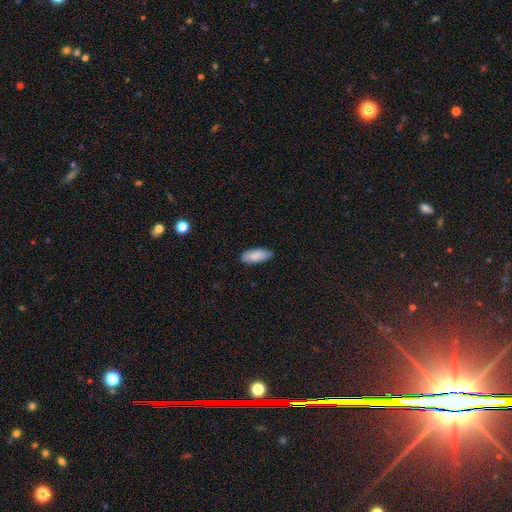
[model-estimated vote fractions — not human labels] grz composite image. It shows a smooth galaxy with no disk features (87%) that is in between round and cigar-shaped (81%). Merging: none (85%).